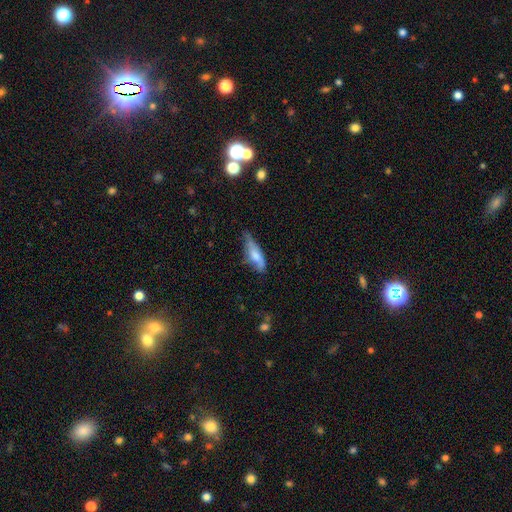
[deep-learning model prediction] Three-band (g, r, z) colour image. It shows a smooth galaxy with no disk features (65%) that is cigar-shaped (51%). Merging: none (43%).